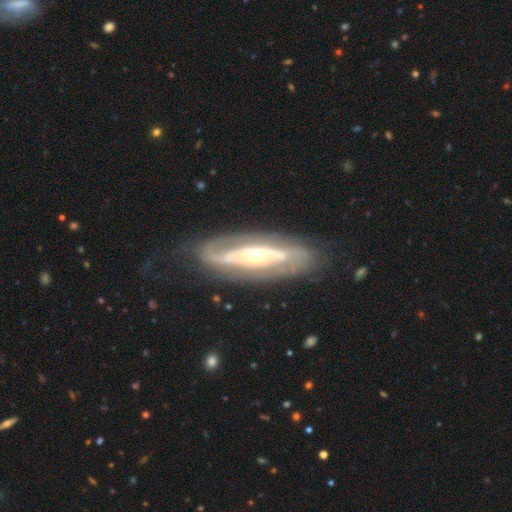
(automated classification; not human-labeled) Smooth or featured? featured or disk (84%)
Edge-on disk? no (84%)
Bar? no (53%)
Spiral arms? yes (79%)
Spiral winding? tight (48%)
Spiral arm count? 2 (64%)
Bulge size? moderate (49%)
Merging? none (76%)